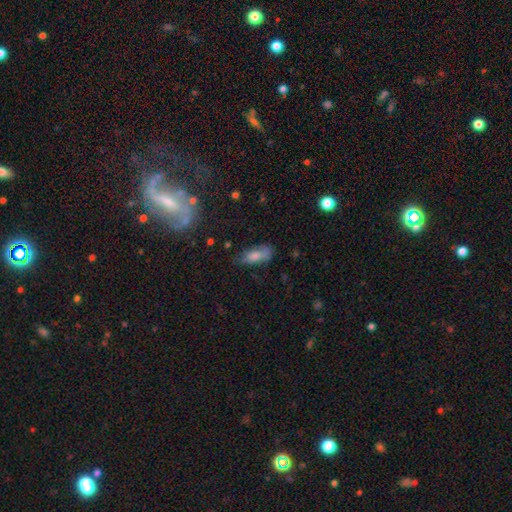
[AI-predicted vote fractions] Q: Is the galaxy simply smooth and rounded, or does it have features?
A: smooth — 74%.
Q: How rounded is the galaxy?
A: in between — 77%.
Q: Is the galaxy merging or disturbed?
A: none — 51%.